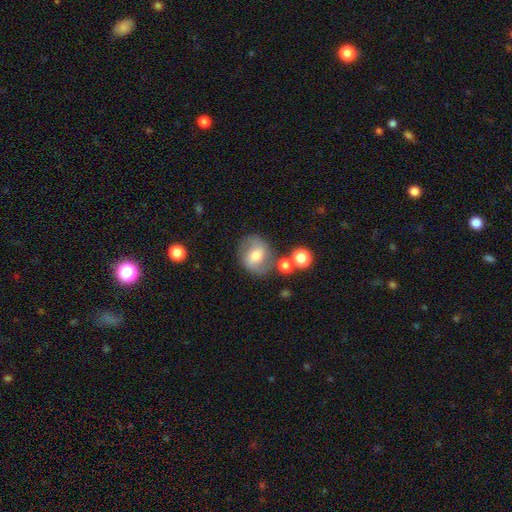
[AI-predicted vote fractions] This is possibly a smooth galaxy (50%). How rounded: likely round (69%). Merging: likely none (71%).